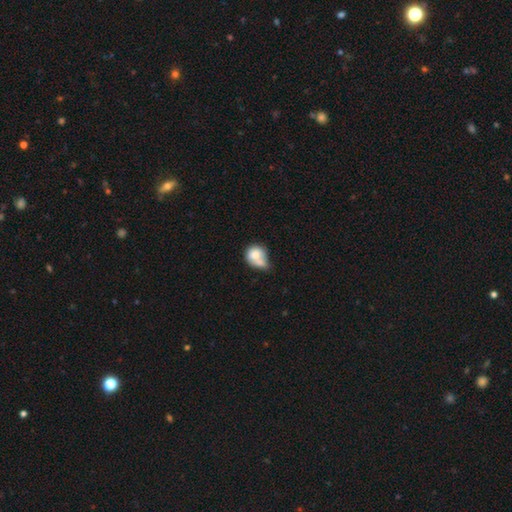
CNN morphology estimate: smooth 73%, featured or disk 18%, star or artifact 9%. Down the decision tree: how rounded — round (65%); merging — merger (46%).